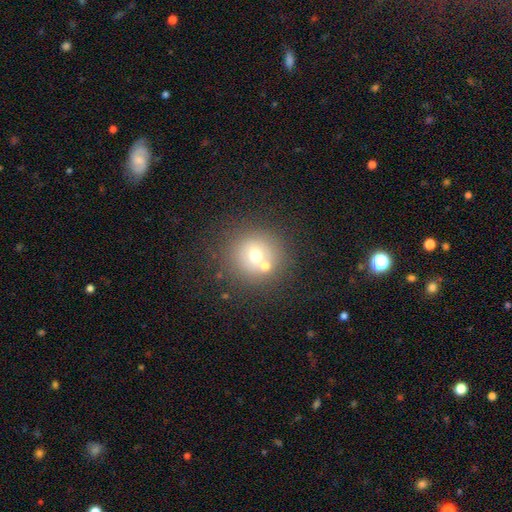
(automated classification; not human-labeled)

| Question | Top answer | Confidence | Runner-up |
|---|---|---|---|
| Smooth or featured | smooth | 62% | featured or disk (21%) |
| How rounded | round | 92% | in between (7%) |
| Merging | none | 67% | merger (20%) |